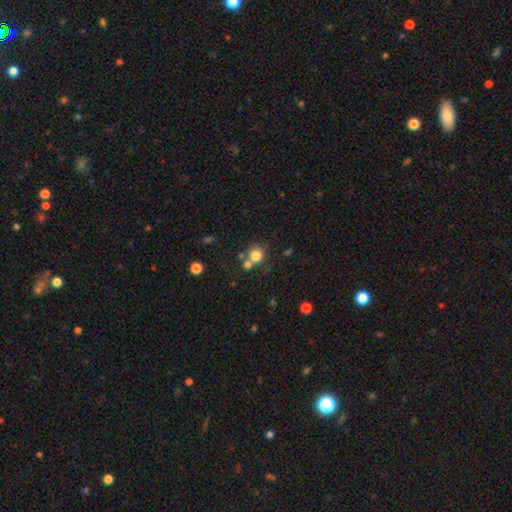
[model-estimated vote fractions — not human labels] Smooth or featured? Predicted: smooth (p=0.79). How rounded? Predicted: round (p=0.87). Merging? Predicted: none (p=0.58).